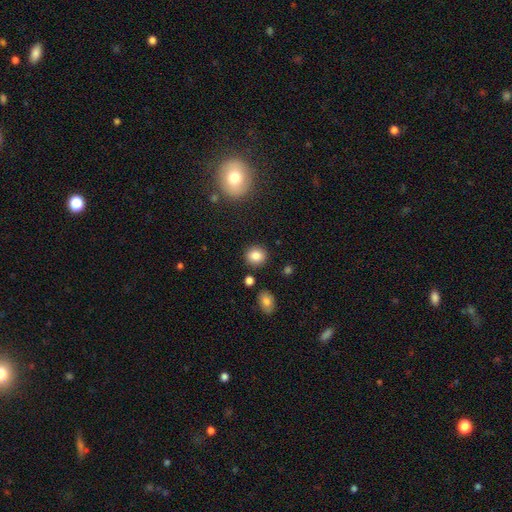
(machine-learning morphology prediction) smooth 84%, star or artifact 10%, featured or disk 6%. Down the decision tree: how rounded — round (83%); merging — none (87%).